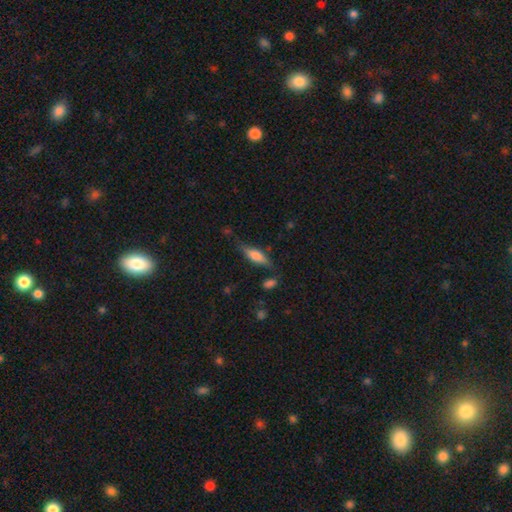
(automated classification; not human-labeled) Smooth or featured? Predicted: smooth (p=0.53). How rounded? Predicted: cigar-shaped (p=0.53). Merging? Predicted: none (p=0.71).